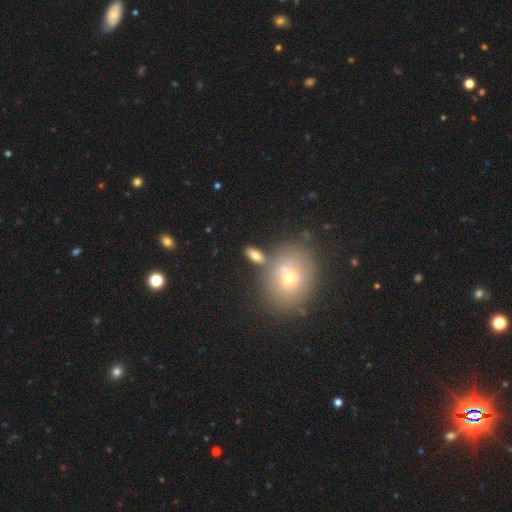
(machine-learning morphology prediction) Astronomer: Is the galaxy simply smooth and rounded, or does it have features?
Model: smooth — 72%.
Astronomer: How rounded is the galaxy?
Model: in between — 77%.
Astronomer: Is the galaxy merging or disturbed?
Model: none — 67%.